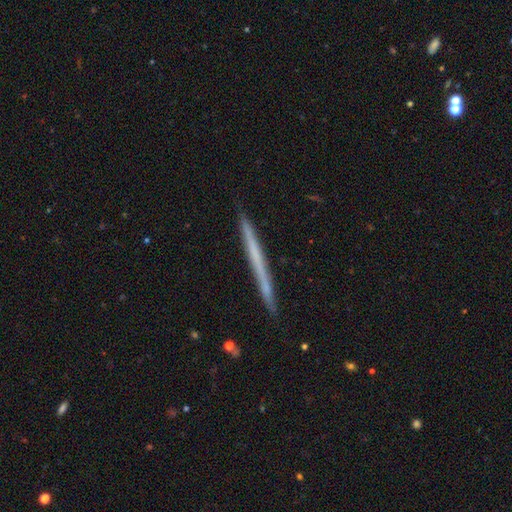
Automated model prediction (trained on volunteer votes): Q: Smooth or featured?
A: featured or disk (48%); runner-up: smooth (46%)
Q: Merging?
A: none (90%); runner-up: minor disturbance (7%)